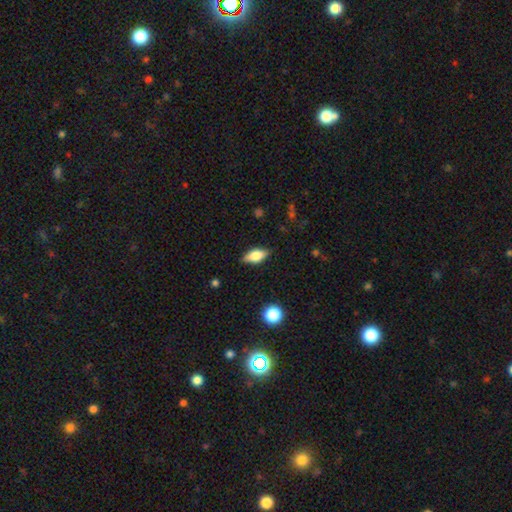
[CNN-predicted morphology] smooth_or_featured: smooth (p=0.66) [alt: featured or disk p=0.26]
how_rounded: in between (p=0.82) [alt: cigar-shaped p=0.13]
merging: none (p=0.84) [alt: minor disturbance p=0.12]